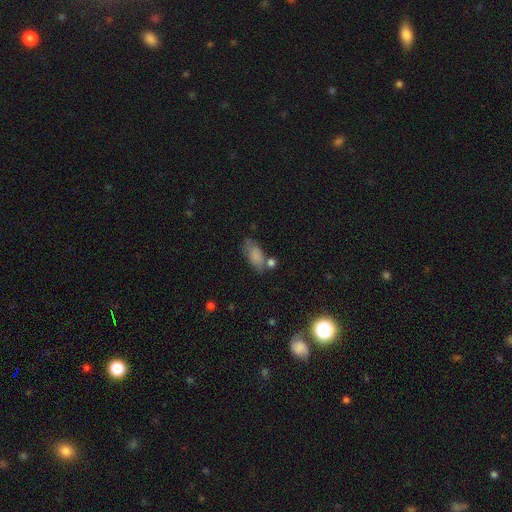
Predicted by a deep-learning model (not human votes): A smooth galaxy with no disk features (80%) that is in between round and cigar-shaped (88%).

Vote fractions:
- Smooth or featured? smooth: 80% / featured or disk: 12% / star or artifact: 9%
- How rounded? in between: 88% / cigar-shaped: 8% / round: 4%
- Merging? none: 52% / minor disturbance: 24% / merger: 15% / major disturbance: 10%